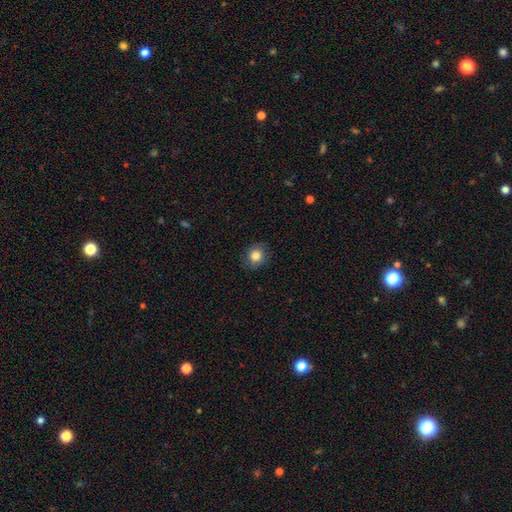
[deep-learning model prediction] Smooth or featured: smooth — 84% (star or artifact — 10%)
How rounded: round — 83% (in between — 16%)
Merging: none — 87% (minor disturbance — 9%)